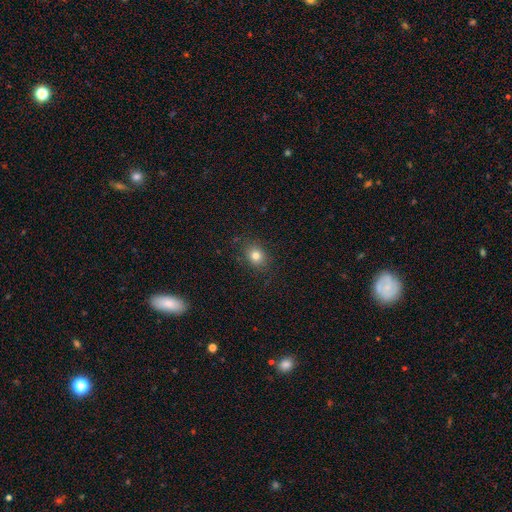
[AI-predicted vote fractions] smooth-or-featured: smooth: 79% | star or artifact: 13% | featured or disk: 8%
  how-rounded: round: 65% | in between: 34% | cigar-shaped: 1%
  merging: none: 85% | minor disturbance: 10% | major disturbance: 3% | merger: 1%